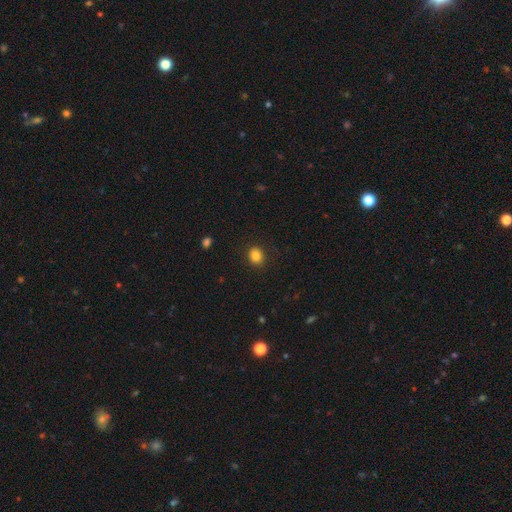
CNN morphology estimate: smooth_or_featured: smooth (p=0.84) [alt: star or artifact p=0.11]
how_rounded: round (p=0.62) [alt: in between p=0.37]
merging: none (p=0.88) [alt: minor disturbance p=0.08]